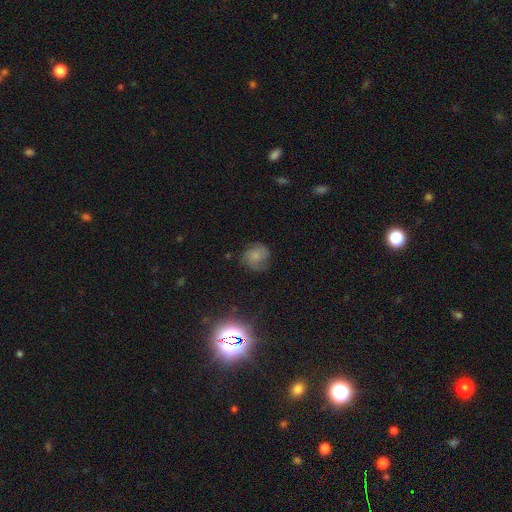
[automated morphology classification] Smooth or featured?
  - smooth: 54% *
  - featured or disk: 33%
  - star or artifact: 12%
How rounded?
  - round: 81% *
  - in between: 18%
  - cigar-shaped: 1%
Merging?
  - none: 67% *
  - minor disturbance: 22%
  - major disturbance: 9%
  - merger: 2%